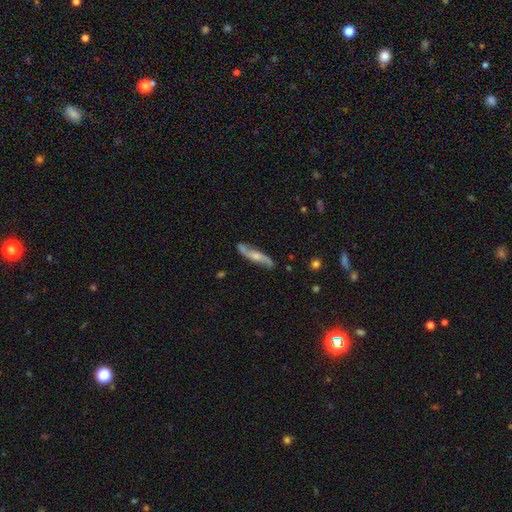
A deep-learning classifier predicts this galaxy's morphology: type=featured or disk (72%); edge-on=no (72%); bar=no (58%); spiral arms=yes (93%); bulge=small (40%, tied with moderate); merging=none (78%).